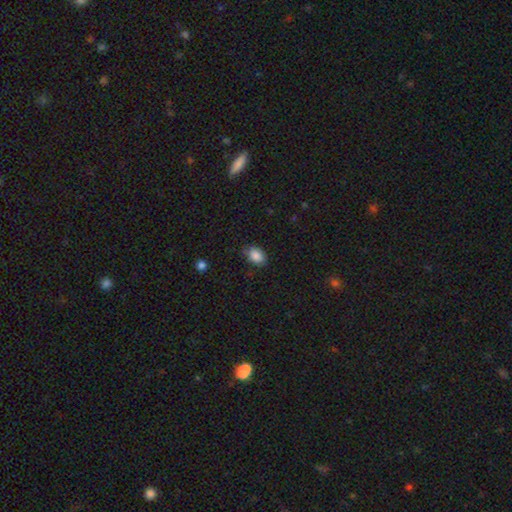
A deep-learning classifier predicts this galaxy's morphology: A smooth galaxy with no disk features (87%) that is in between round and cigar-shaped (78%).

Vote fractions:
- Smooth or featured? smooth: 87% / star or artifact: 8% / featured or disk: 5%
- How rounded? in between: 78% / round: 21% / cigar-shaped: 1%
- Merging? none: 77% / minor disturbance: 18% / major disturbance: 3% / merger: 2%